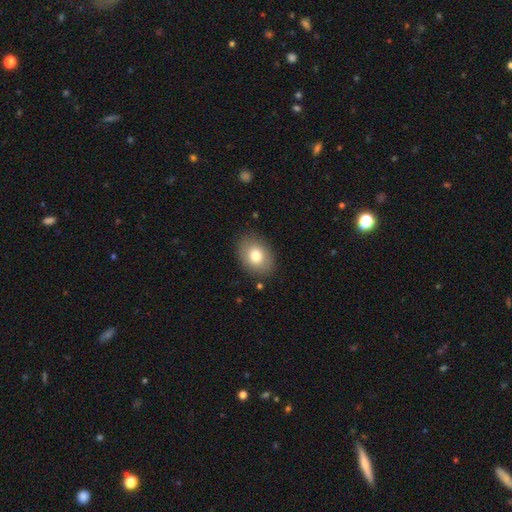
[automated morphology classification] Overall: smooth (78%). How rounded: in between (74%). Merging: none (85%).